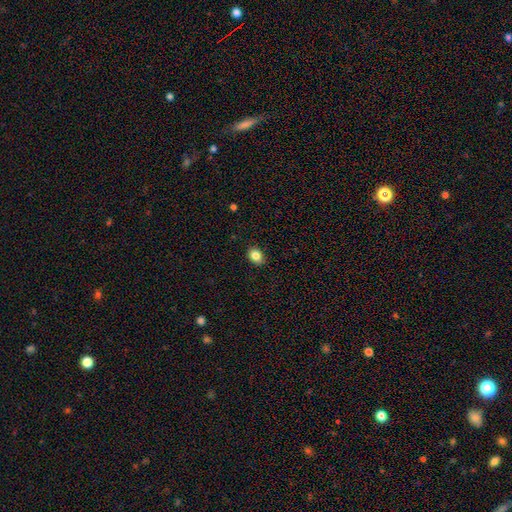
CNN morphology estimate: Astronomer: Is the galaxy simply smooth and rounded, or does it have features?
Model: smooth — 84%.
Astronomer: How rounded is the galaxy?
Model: in between — 59% (runner-up: round, 40%).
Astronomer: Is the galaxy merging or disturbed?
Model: none — 89%.